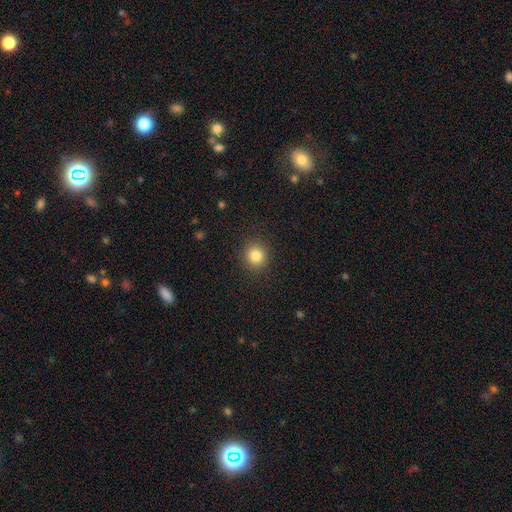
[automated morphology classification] smooth_or_featured: smooth (p=0.83) [alt: star or artifact p=0.11]
how_rounded: round (p=0.89) [alt: in between p=0.10]
merging: none (p=0.91) [alt: minor disturbance p=0.06]